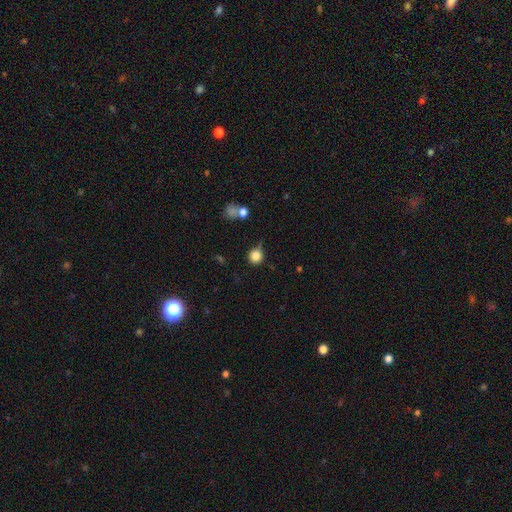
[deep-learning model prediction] Q: Smooth or featured?
A: smooth (84%); runner-up: star or artifact (11%)
Q: How rounded?
A: round (92%); runner-up: in between (7%)
Q: Merging?
A: none (67%); runner-up: minor disturbance (21%)